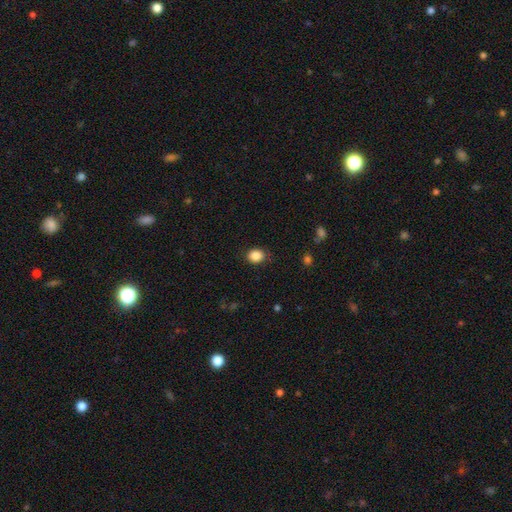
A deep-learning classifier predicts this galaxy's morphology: Q: Smooth or featured?
A: smooth (86%); runner-up: star or artifact (10%)
Q: How rounded?
A: round (64%); runner-up: in between (35%)
Q: Merging?
A: none (84%); runner-up: minor disturbance (12%)